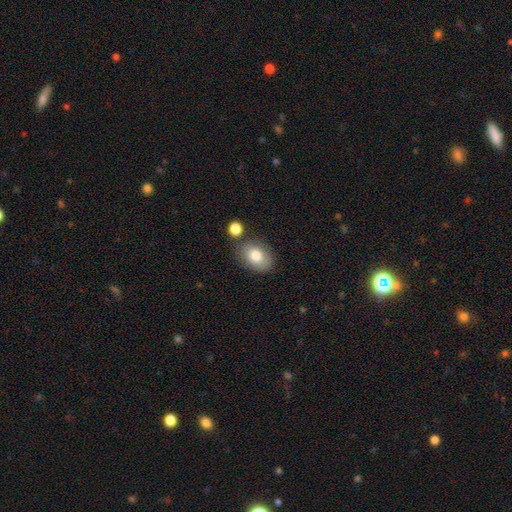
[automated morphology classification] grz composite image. It shows a smooth galaxy with no disk features (80%) that is in between round and cigar-shaped (76%). Merging: none (73%).